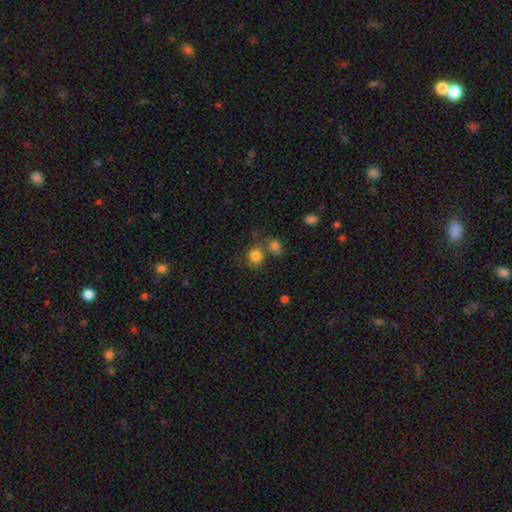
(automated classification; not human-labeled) Overall: smooth (82%). How rounded: round (79%). Merging: none (58%; merger 25%).